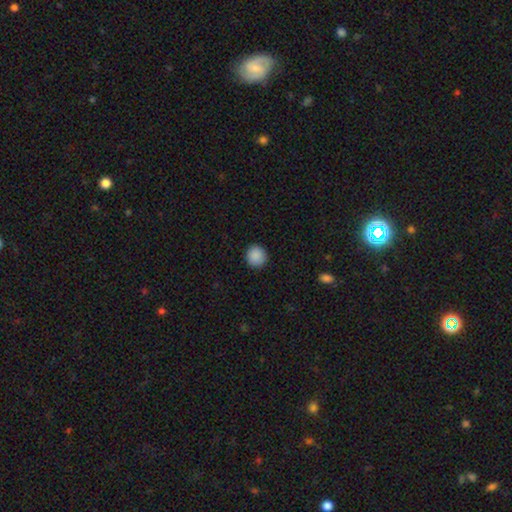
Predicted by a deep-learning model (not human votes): The model was most divided on "smooth or featured": smooth: 89%, star or artifact: 8%, featured or disk: 3%. More confident: how rounded — round (93%); merging — none (92%).